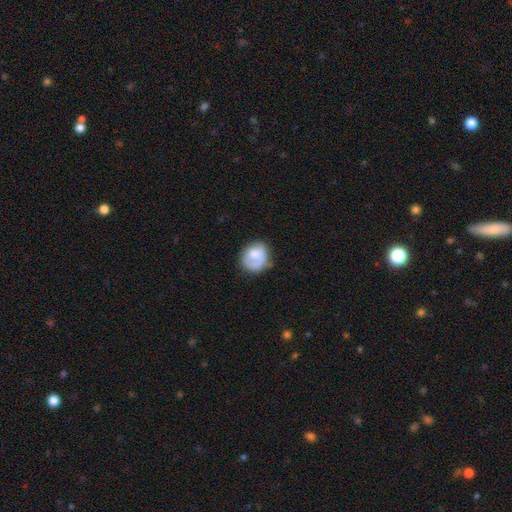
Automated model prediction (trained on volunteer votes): A smooth galaxy with no disk features (66%) that is round (63%). Merging: none (51%).